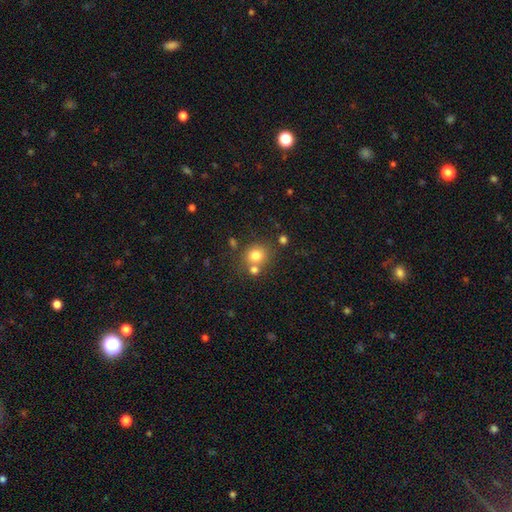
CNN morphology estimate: A smooth galaxy with no disk features (77%) that is round (81%).

Vote fractions:
- Smooth or featured? smooth: 77% / star or artifact: 13% / featured or disk: 10%
- How rounded? round: 81% / in between: 18% / cigar-shaped: 1%
- Merging? none: 62% / merger: 25% / minor disturbance: 9% / major disturbance: 4%